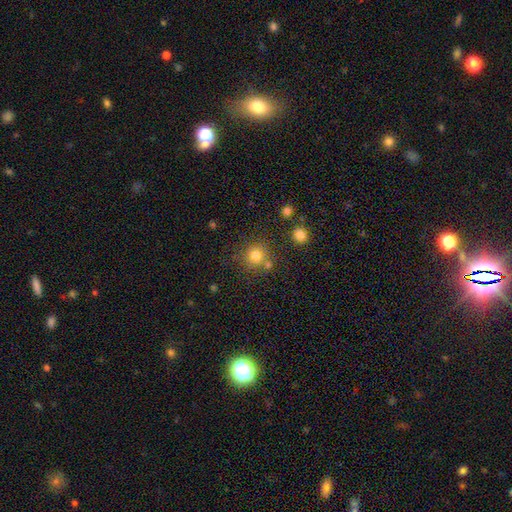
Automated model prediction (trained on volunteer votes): The model was most divided on "merging": none: 73%, merger: 13%, minor disturbance: 10%, major disturbance: 4%. More confident: how rounded — round (91%); smooth or featured — smooth (79%).